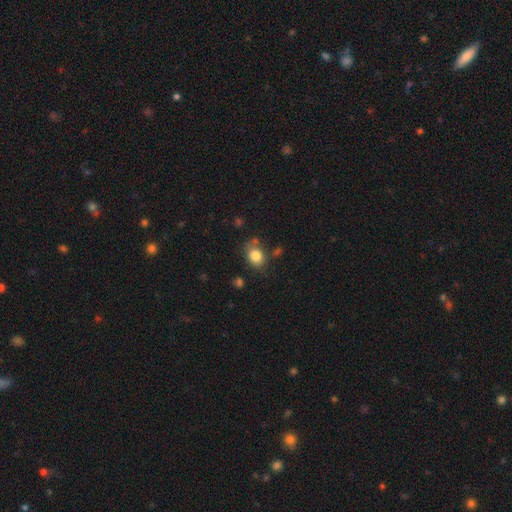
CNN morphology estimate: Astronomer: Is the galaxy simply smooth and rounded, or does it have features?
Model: smooth — 83%.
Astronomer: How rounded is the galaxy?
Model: in between — 57% (runner-up: round, 42%).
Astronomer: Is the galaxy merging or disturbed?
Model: none — 69%.